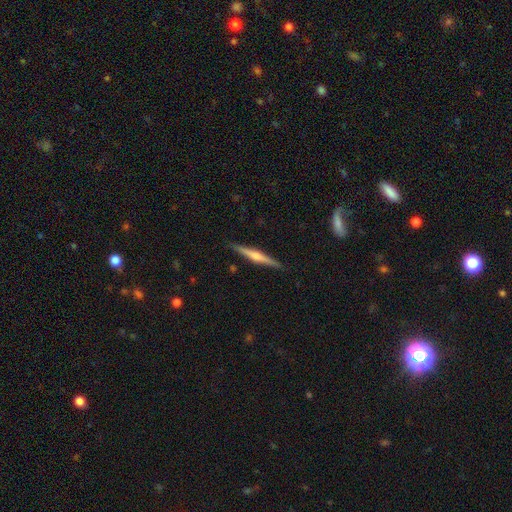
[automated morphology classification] A featured or disk galaxy (70%) viewed edge-on (98%) with a rounded central bulge (83%). Merging: none (91%).